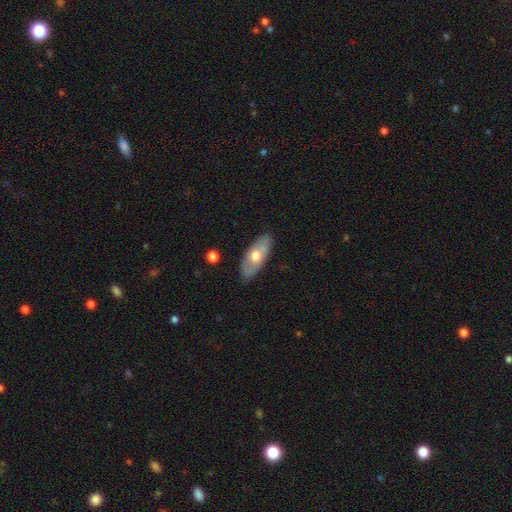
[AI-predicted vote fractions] smooth-or-featured: smooth: 51% | featured or disk: 43% | star or artifact: 5%
  how-rounded: in between: 83% | cigar-shaped: 14% | round: 3%
  merging: none: 85% | minor disturbance: 11% | major disturbance: 2% | merger: 1%